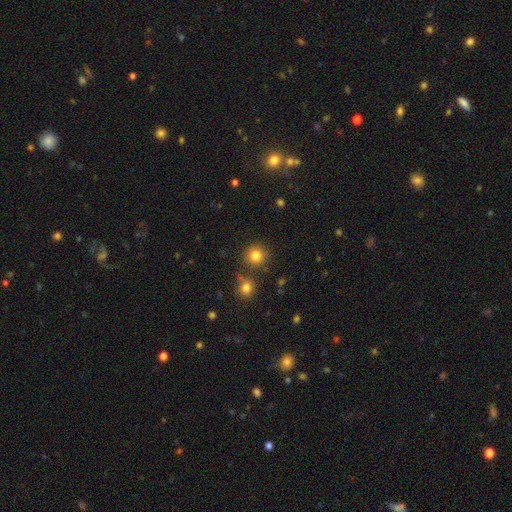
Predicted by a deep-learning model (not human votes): Smooth or featured?
  - smooth: 82% *
  - star or artifact: 12%
  - featured or disk: 6%
How rounded?
  - round: 92% *
  - in between: 7%
  - cigar-shaped: 1%
Merging?
  - none: 81% *
  - minor disturbance: 9%
  - merger: 8%
  - major disturbance: 3%